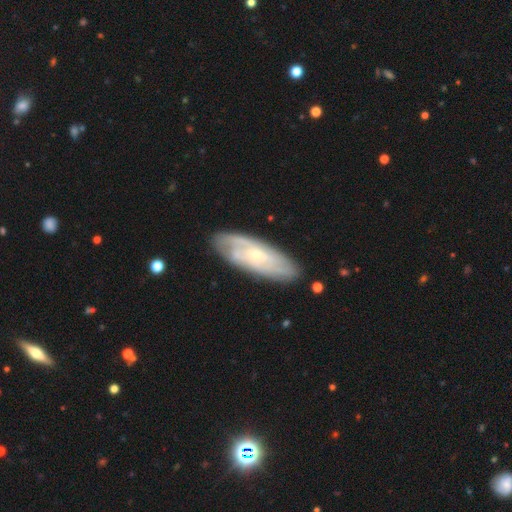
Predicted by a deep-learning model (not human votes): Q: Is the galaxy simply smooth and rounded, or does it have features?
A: featured or disk — 66%.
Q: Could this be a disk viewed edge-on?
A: no — 84%.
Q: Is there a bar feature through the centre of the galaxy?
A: no — 71%.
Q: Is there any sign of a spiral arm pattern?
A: yes — 83%.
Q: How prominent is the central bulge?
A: small — 71%.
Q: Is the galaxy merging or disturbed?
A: none — 80%.